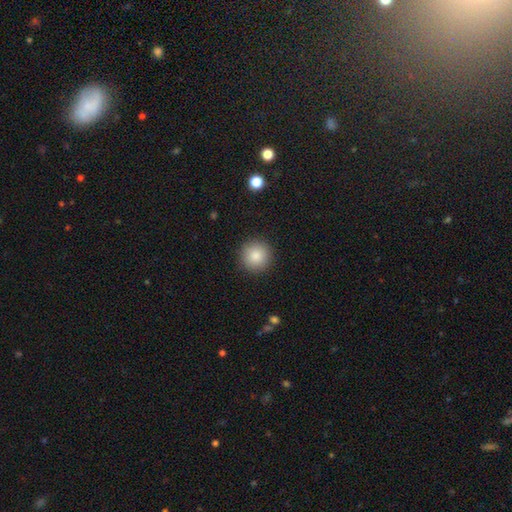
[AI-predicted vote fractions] Q: Smooth or featured?
A: smooth (86%); runner-up: star or artifact (9%)
Q: How rounded?
A: round (95%); runner-up: in between (4%)
Q: Merging?
A: none (91%); runner-up: minor disturbance (6%)